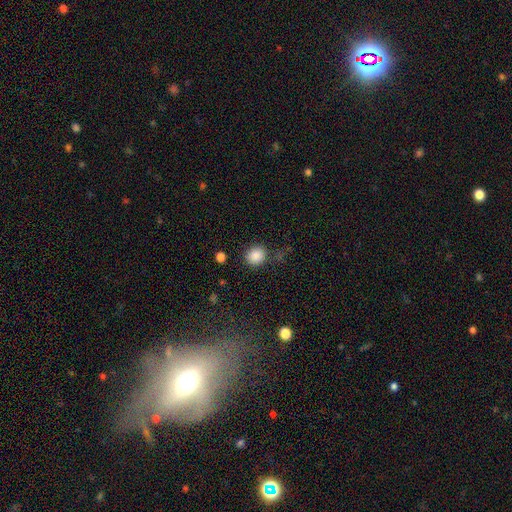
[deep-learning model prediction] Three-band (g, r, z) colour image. It shows a smooth galaxy with no disk features (87%) that is round (80%). Merging: none (80%).